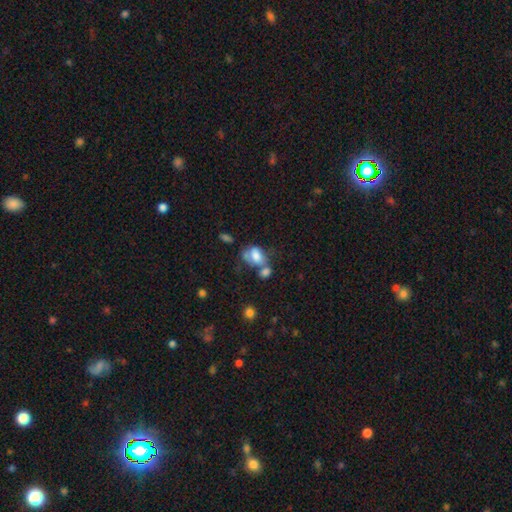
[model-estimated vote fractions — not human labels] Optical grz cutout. It shows a smooth galaxy with no disk features (65%) that is in between round and cigar-shaped (84%). Merging: merger (42%).